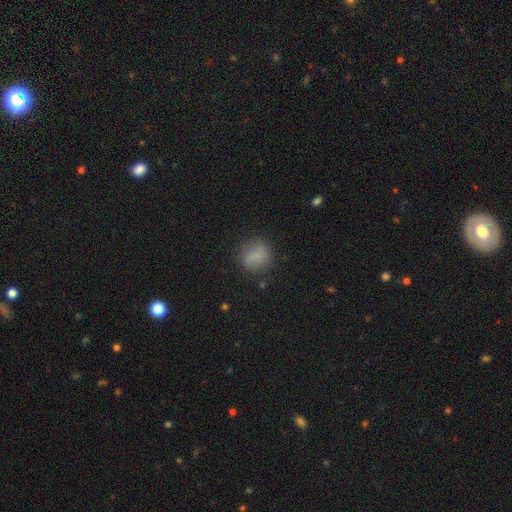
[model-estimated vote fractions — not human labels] This is likely a smooth galaxy (79%). How rounded: likely round (74%). Merging: likely none (77%).